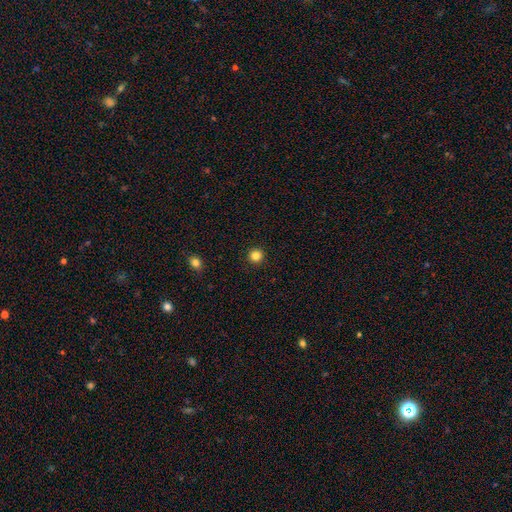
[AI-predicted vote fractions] smooth_or_featured: smooth (p=0.83) [alt: star or artifact p=0.13]
how_rounded: round (p=0.96) [alt: in between p=0.03]
merging: none (p=0.93) [alt: minor disturbance p=0.04]